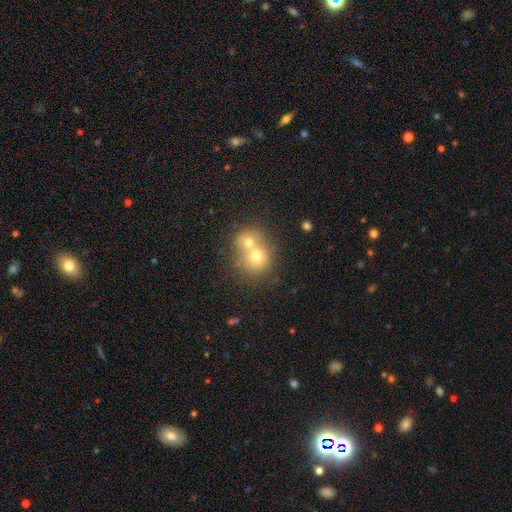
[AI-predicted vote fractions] Overall: smooth (65%). How rounded: round (76%). Merging: merger (66%).